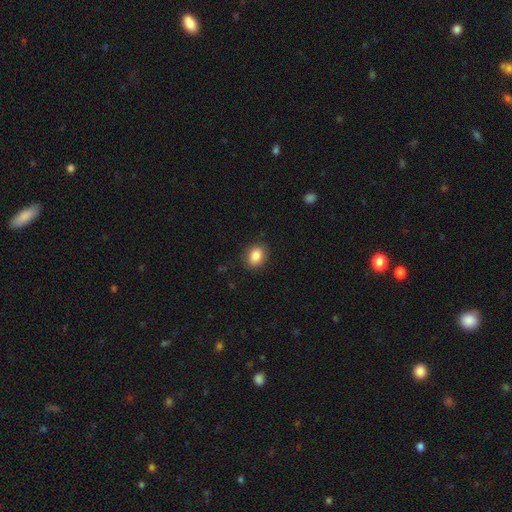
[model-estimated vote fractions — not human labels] Morphology: type=smooth (86%); roundness=in between (63%); merging=none (87%).